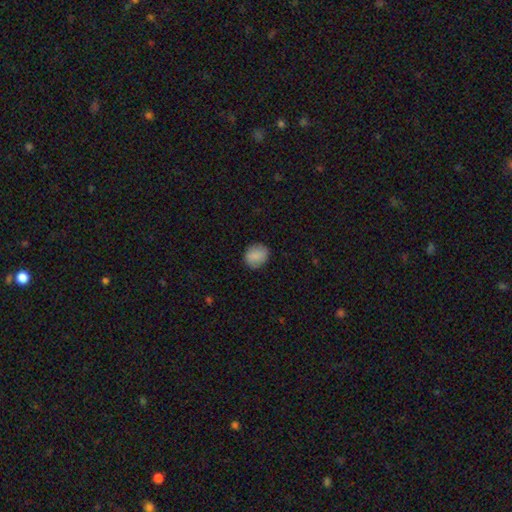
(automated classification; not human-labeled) smooth-or-featured: smooth: 86% | star or artifact: 8% | featured or disk: 6%
  how-rounded: round: 70% | in between: 29% | cigar-shaped: 1%
  merging: none: 85% | minor disturbance: 11% | major disturbance: 3% | merger: 1%